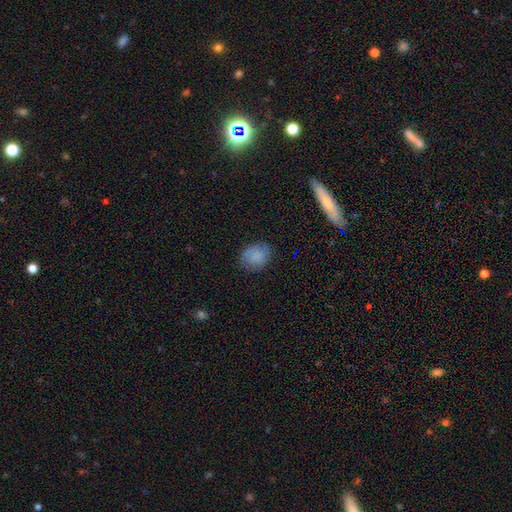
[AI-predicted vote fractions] Smooth or featured: smooth — 82% (featured or disk — 10%)
How rounded: round — 62% (in between — 37%)
Merging: none — 75% (minor disturbance — 19%)